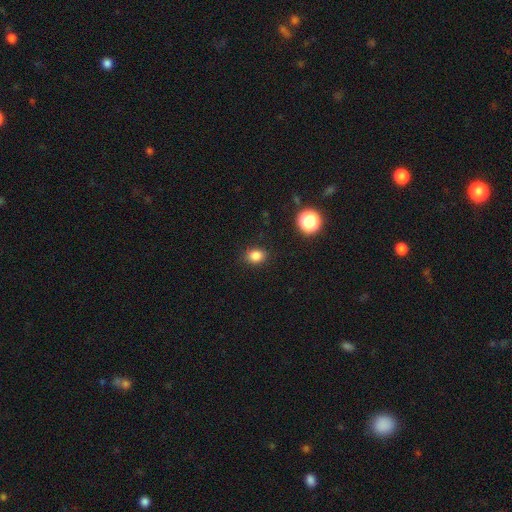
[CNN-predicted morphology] The model was most divided on "how rounded" (2-way tie): round: 49%, in between: 49%, cigar-shaped: 1%. More confident: merging — none (85%); smooth or featured — smooth (83%).